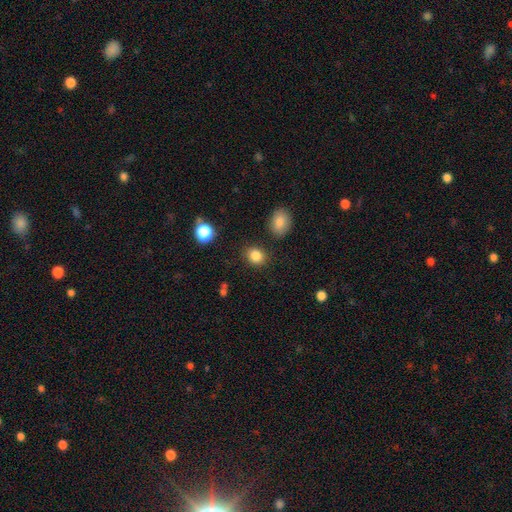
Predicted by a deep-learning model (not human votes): This appears to be a smooth galaxy with no disk features (85%) that is round (63%). Merging: none (85%).